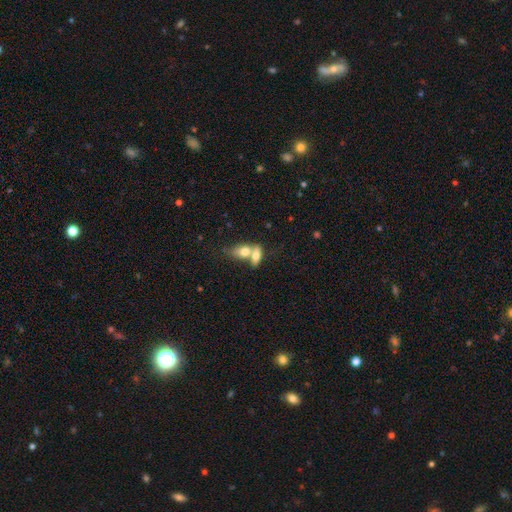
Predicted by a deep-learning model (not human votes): smooth 70%, featured or disk 23%, star or artifact 7%. Down the decision tree: how rounded — in between (80%); merging — merger (70%).